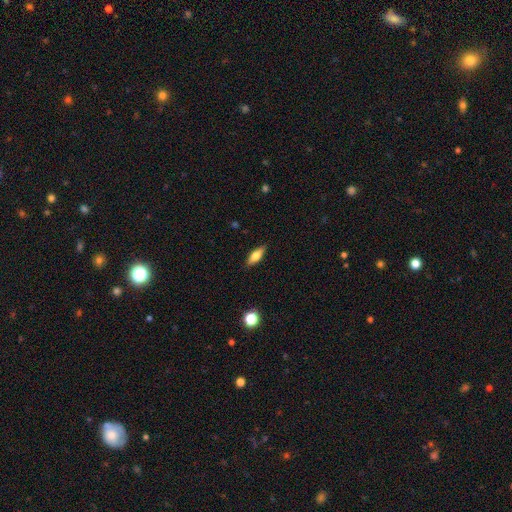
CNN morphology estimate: The model was most divided on "how rounded": in between: 63%, cigar-shaped: 34%, round: 3%. More confident: merging — none (86%); smooth or featured — smooth (65%).